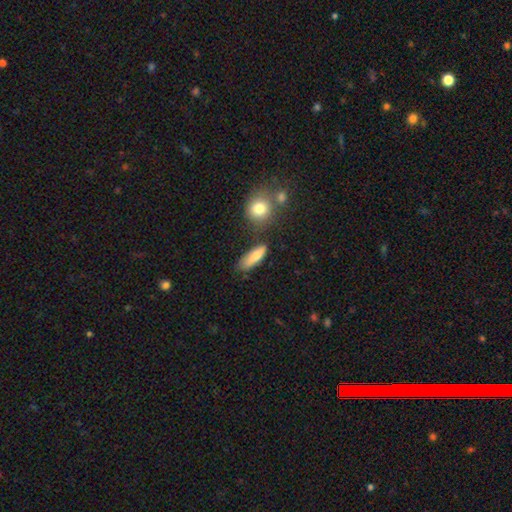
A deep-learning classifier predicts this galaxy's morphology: smooth-or-featured: smooth: 79% | featured or disk: 13% | star or artifact: 8%
  how-rounded: in between: 49% | cigar-shaped: 47% | round: 5%
  merging: none: 67% | minor disturbance: 20% | merger: 7% | major disturbance: 6%